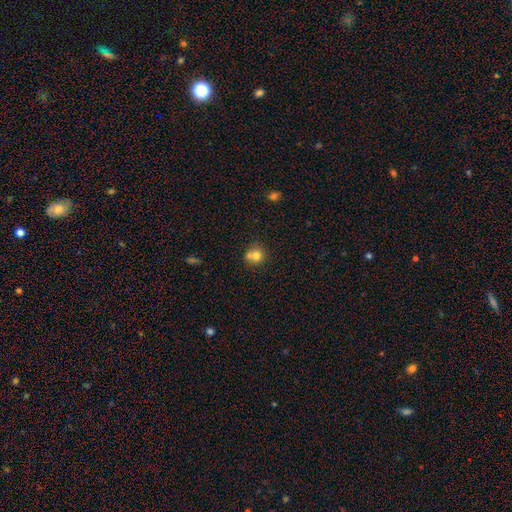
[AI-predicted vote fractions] Overall: smooth (75%). How rounded: round (86%). Merging: none (51%; merger 35%).